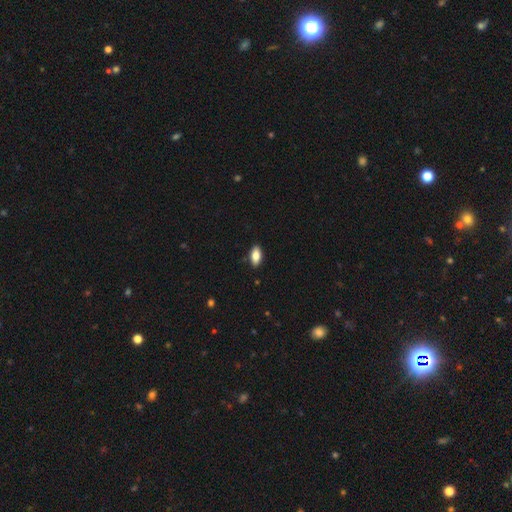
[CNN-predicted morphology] smooth_or_featured: smooth (p=0.84) [alt: featured or disk p=0.10]
how_rounded: in between (p=0.90) [alt: cigar-shaped p=0.08]
merging: none (p=0.88) [alt: minor disturbance p=0.09]